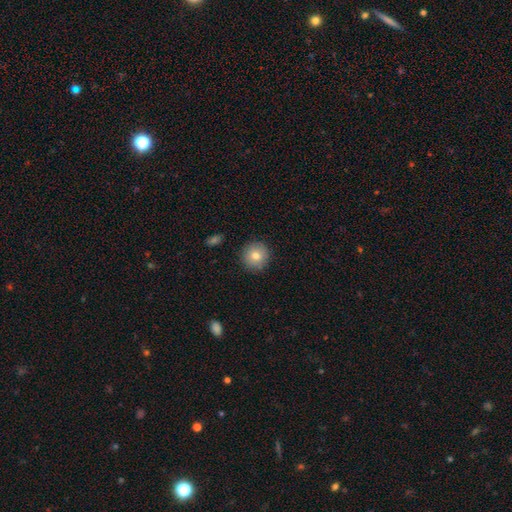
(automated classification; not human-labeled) Smooth or featured? Predicted: smooth (p=0.79). How rounded? Predicted: round (p=0.93). Merging? Predicted: none (p=0.90).